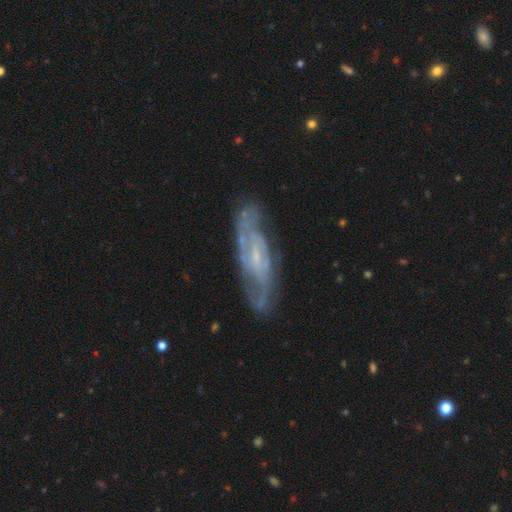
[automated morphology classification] Smooth or featured: featured or disk — 84% (smooth — 11%)
Edge-on disk: no — 86% (yes — 14%)
Bar: weak — 50% (no — 35%)
Spiral arms: yes — 93% (no — 7%)
Spiral winding: medium — 47% (tight — 38%)
Spiral arm count: 2 — 65% (can't tell — 20%)
Bulge size: small — 64% (moderate — 20%)
Merging: none — 76% (minor disturbance — 16%)